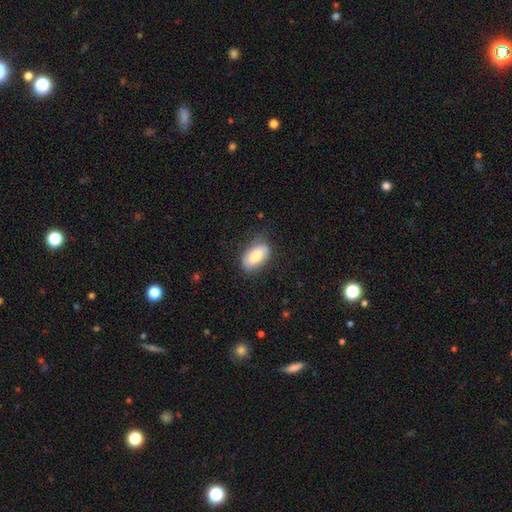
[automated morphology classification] type=smooth (72%); roundness=in between (93%); merging=none (71%).